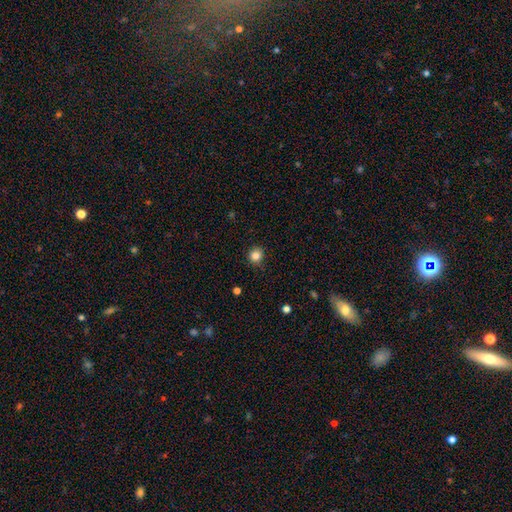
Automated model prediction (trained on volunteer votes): Smooth or featured?
  - smooth: 84% *
  - star or artifact: 12%
  - featured or disk: 4%
How rounded?
  - round: 90% *
  - in between: 9%
  - cigar-shaped: 1%
Merging?
  - none: 88% *
  - minor disturbance: 9%
  - major disturbance: 2%
  - merger: 1%